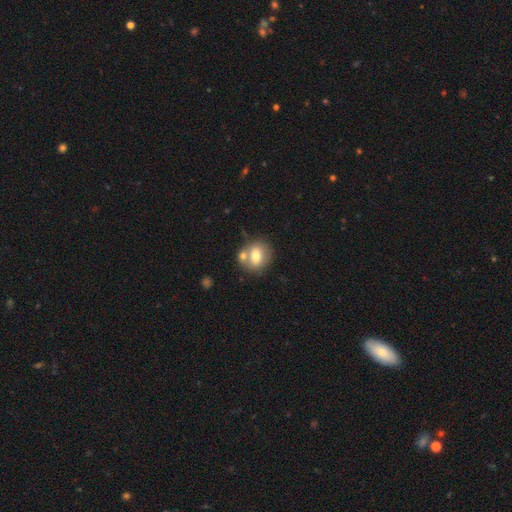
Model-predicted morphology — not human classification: This is likely a smooth galaxy (70%). How rounded: likely round (69%). Merging: possibly none (55%).